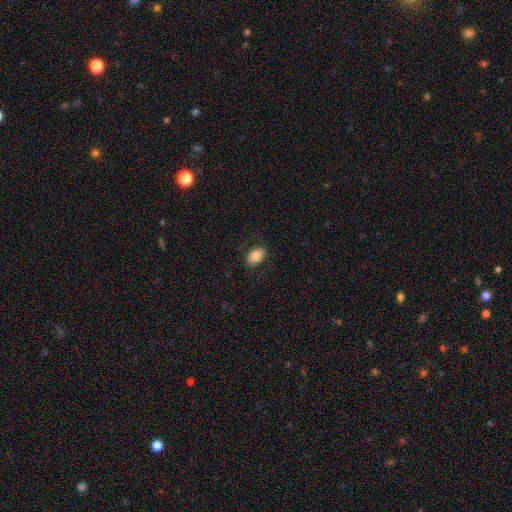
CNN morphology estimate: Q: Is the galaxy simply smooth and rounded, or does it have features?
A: smooth — 83%.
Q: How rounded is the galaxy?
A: in between — 84%.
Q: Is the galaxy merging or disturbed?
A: none — 84%.